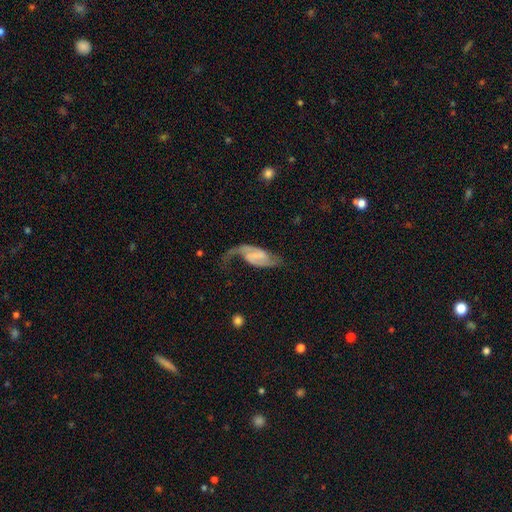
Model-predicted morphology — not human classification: smooth_or_featured: featured or disk (p=0.80) [alt: smooth p=0.14]
disk_edge_on: no (p=0.96) [alt: yes p=0.04]
bar: weak (p=0.45) [alt: no p=0.30]
has_spiral_arms: yes (p=0.93) [alt: no p=0.07]
spiral_winding: loose (p=0.63) [alt: medium p=0.28]
spiral_arm_count: 2 (p=0.77) [alt: 1 p=0.17]
bulge_size: none (p=0.45) [alt: small p=0.35]
merging: none (p=0.44) [alt: major disturbance p=0.33]